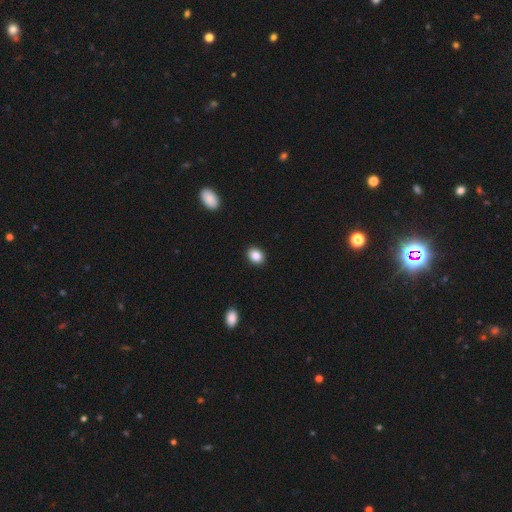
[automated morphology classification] Smooth or featured: smooth — 88% (star or artifact — 9%)
How rounded: in between — 58% (round — 41%)
Merging: none — 90% (minor disturbance — 7%)